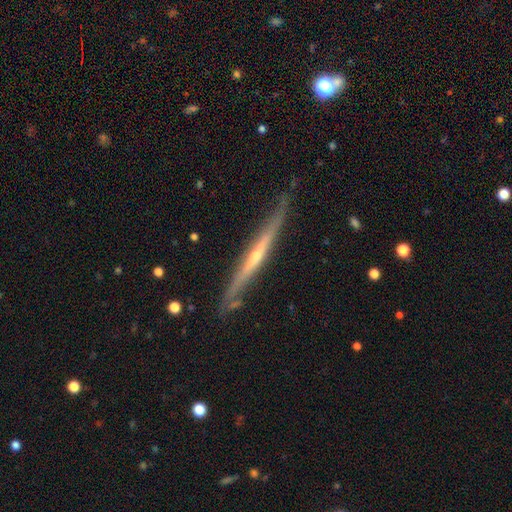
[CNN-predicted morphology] type=featured or disk (79%); edge-on=yes (96%); edge-on bulge=rounded (59%); merging=none (82%).